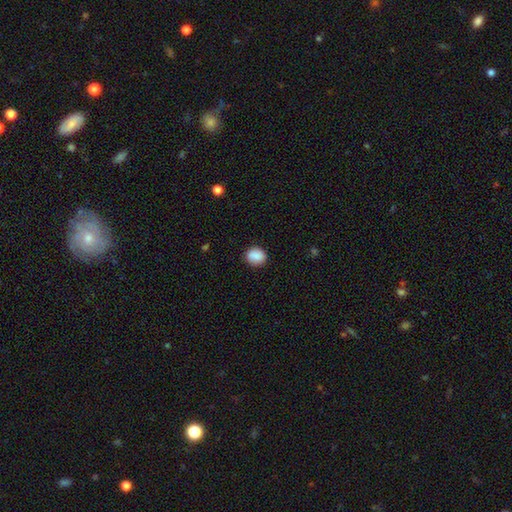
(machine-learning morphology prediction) Smooth or featured? smooth (87%)
How rounded? round (62%)
Merging? none (84%)